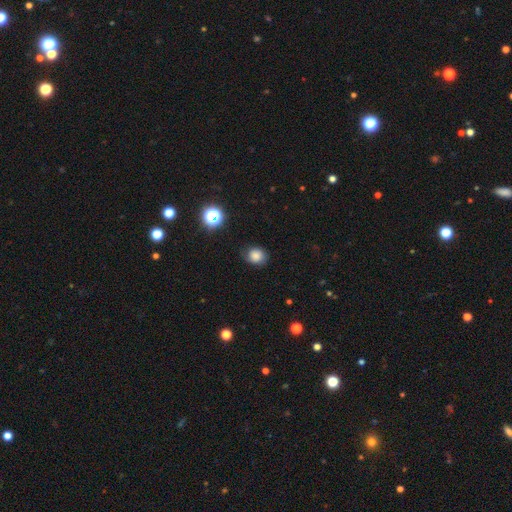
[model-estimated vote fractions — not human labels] The model was most divided on "how rounded": round: 69%, in between: 30%, cigar-shaped: 1%. More confident: smooth or featured — smooth (77%); merging — none (71%).